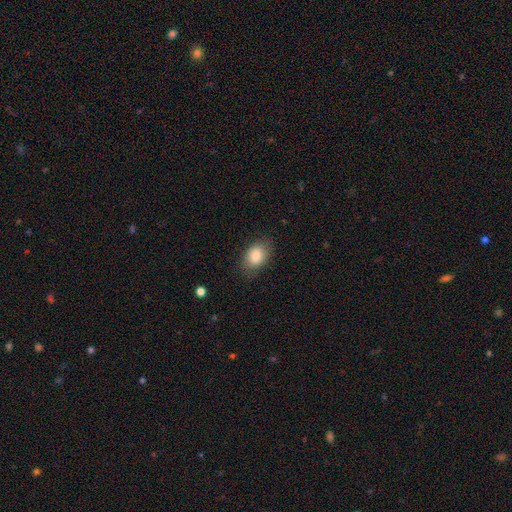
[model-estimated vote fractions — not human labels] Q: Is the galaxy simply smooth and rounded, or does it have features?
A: smooth — 82%.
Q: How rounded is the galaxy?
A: in between — 81%.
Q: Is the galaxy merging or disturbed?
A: none — 78%.